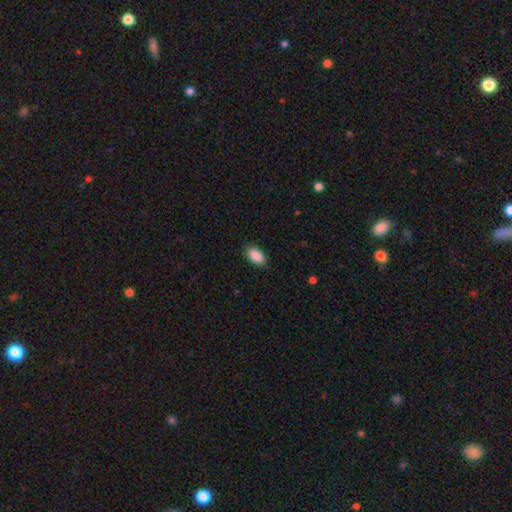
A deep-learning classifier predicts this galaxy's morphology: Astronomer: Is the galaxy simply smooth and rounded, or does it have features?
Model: smooth — 90%.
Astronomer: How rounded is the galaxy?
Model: in between — 93%.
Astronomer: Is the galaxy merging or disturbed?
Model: none — 86%.